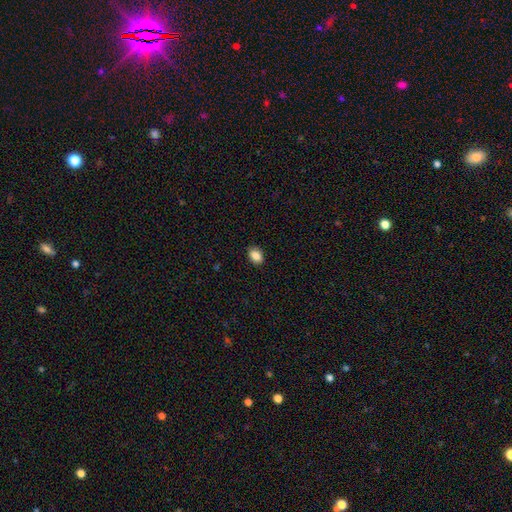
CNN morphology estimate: A smooth galaxy with no disk features (87%) that is in between round and cigar-shaped (79%). Merging: none (90%).